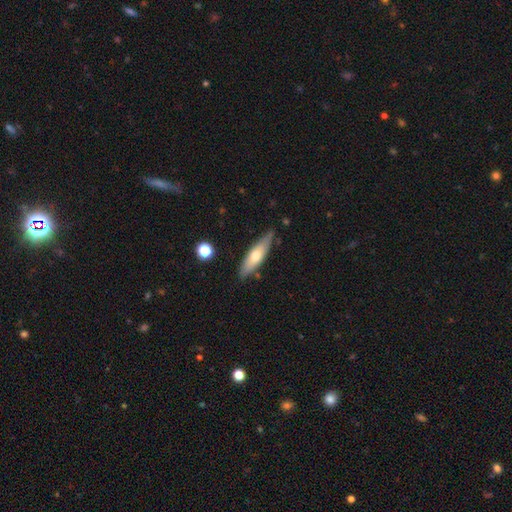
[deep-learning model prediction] Overall: smooth (57%; featured or disk 38%). How rounded: cigar-shaped (62%; in between 36%). Merging: none (80%).